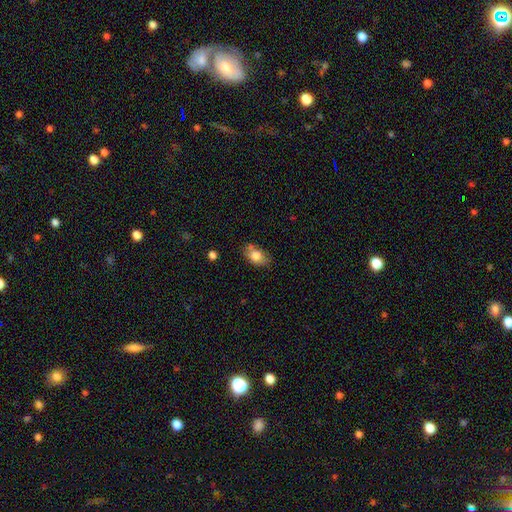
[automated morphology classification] Q: Smooth or featured?
A: smooth (78%); runner-up: featured or disk (14%)
Q: How rounded?
A: in between (83%); runner-up: round (15%)
Q: Merging?
A: none (63%); runner-up: minor disturbance (22%)